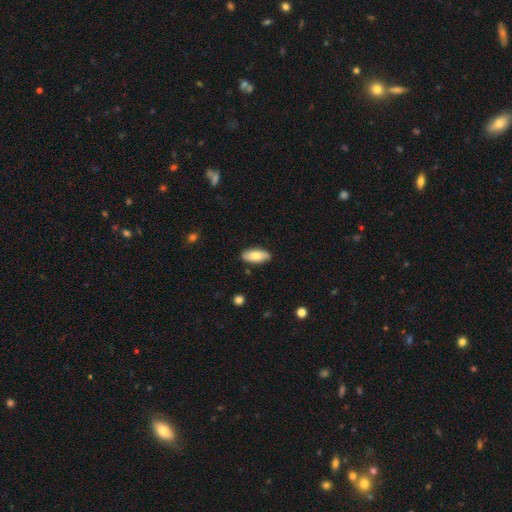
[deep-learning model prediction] The model was most divided on "smooth or featured": smooth: 78%, featured or disk: 16%, star or artifact: 6%. More confident: merging — none (87%); how rounded — in between (87%).